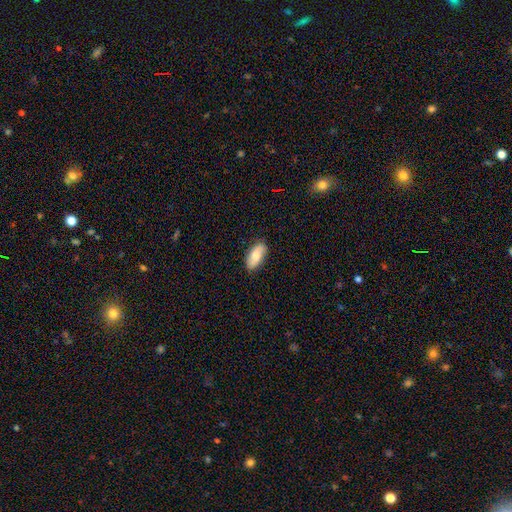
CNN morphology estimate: Smooth or featured: smooth — 69% (featured or disk — 25%)
How rounded: in between — 92% (cigar-shaped — 5%)
Merging: none — 84% (minor disturbance — 13%)